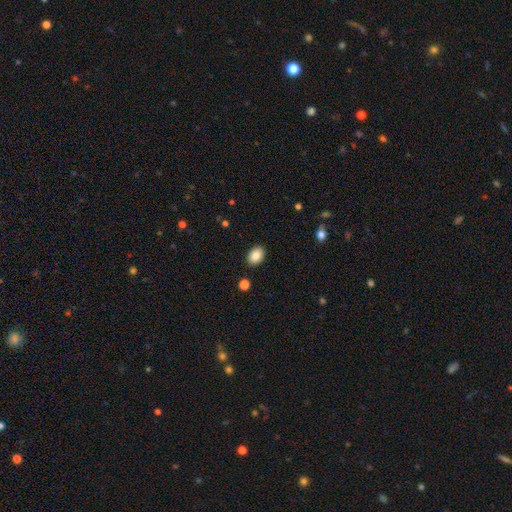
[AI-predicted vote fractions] A smooth galaxy with no disk features (86%) that is in between round and cigar-shaped (81%). Merging: none (89%).